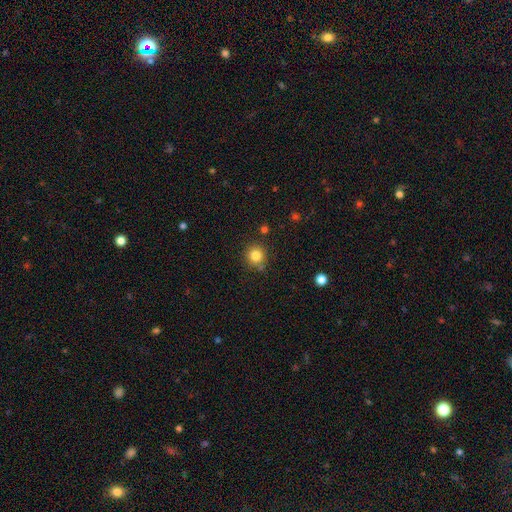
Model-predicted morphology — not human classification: smooth-or-featured: smooth: 83% | star or artifact: 12% | featured or disk: 6%
  how-rounded: round: 92% | in between: 7% | cigar-shaped: 1%
  merging: none: 83% | minor disturbance: 10% | merger: 5% | major disturbance: 3%